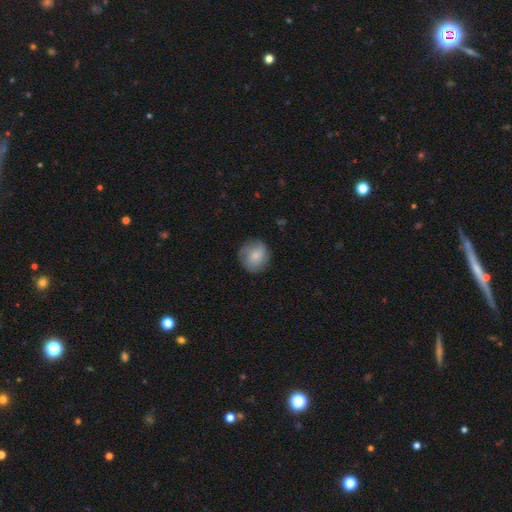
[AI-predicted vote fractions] Smooth or featured: smooth — 76% (featured or disk — 17%)
How rounded: round — 83% (in between — 16%)
Merging: none — 80% (minor disturbance — 15%)